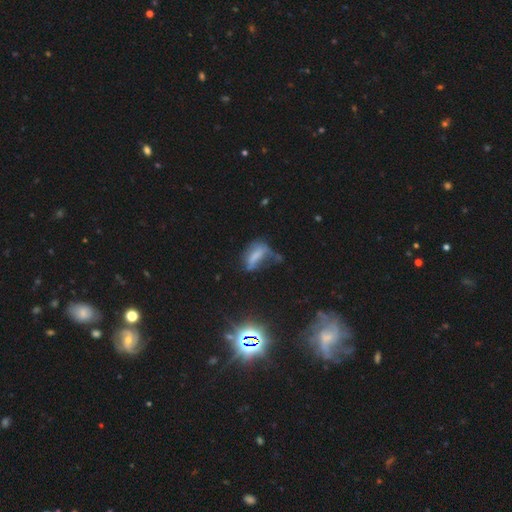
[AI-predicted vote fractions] This appears to be a smooth galaxy with no disk features (53%) that is in between round and cigar-shaped (74%). Merging: major disturbance (40%).